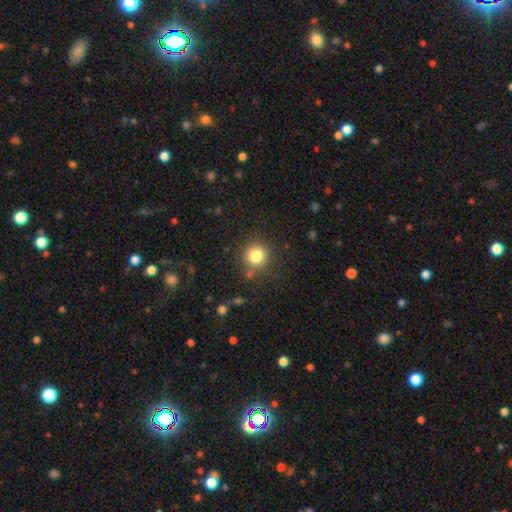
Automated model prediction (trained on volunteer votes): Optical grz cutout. It shows a smooth galaxy with no disk features (82%) that is round (94%). Merging: none (84%).